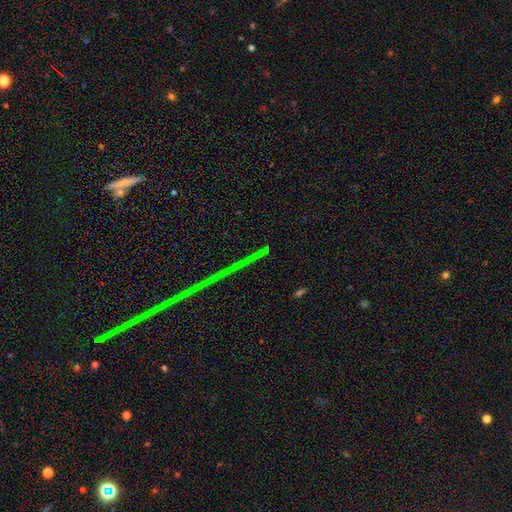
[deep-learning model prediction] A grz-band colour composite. It shows a star or artifact, not a galaxy (80%).